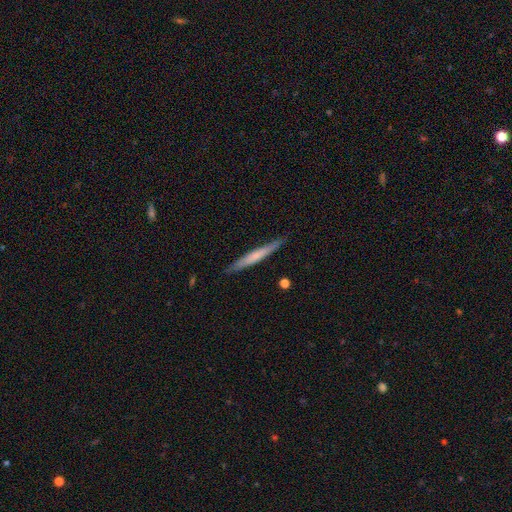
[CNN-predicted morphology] Smooth or featured?
  - smooth: 55% *
  - featured or disk: 40%
  - star or artifact: 5%
How rounded?
  - cigar-shaped: 96% *
  - in between: 3%
  - round: 1%
Merging?
  - none: 87% *
  - minor disturbance: 10%
  - major disturbance: 2%
  - merger: 1%